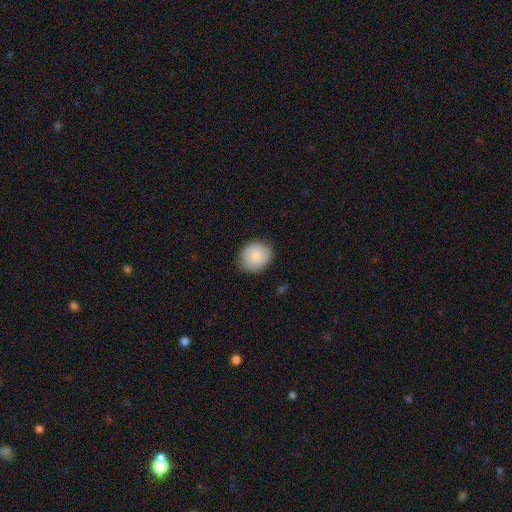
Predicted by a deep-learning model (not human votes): This is clearly a smooth galaxy (82%). How rounded: likely round (78%). Merging: clearly none (84%).